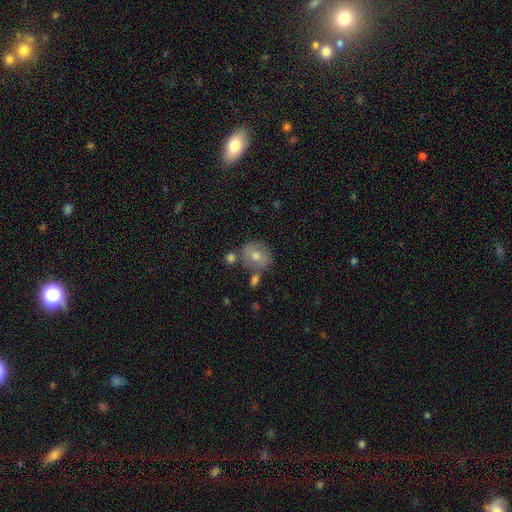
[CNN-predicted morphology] smooth-or-featured: smooth: 62% | featured or disk: 25% | star or artifact: 12%
  how-rounded: round: 60% | in between: 39% | cigar-shaped: 1%
  merging: none: 69% | minor disturbance: 14% | merger: 13% | major disturbance: 4%